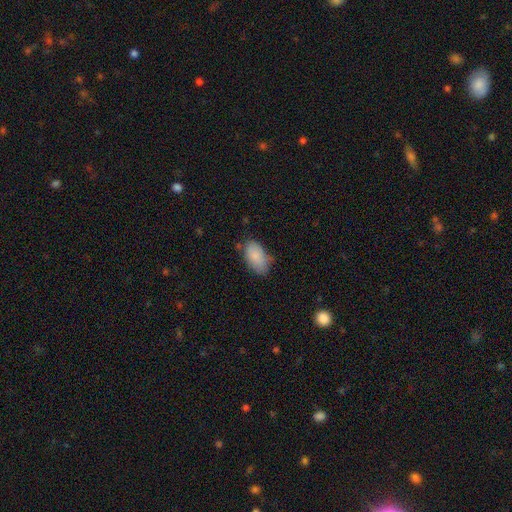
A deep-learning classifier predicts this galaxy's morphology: type=smooth (85%); roundness=in between (94%); merging=none (65%).